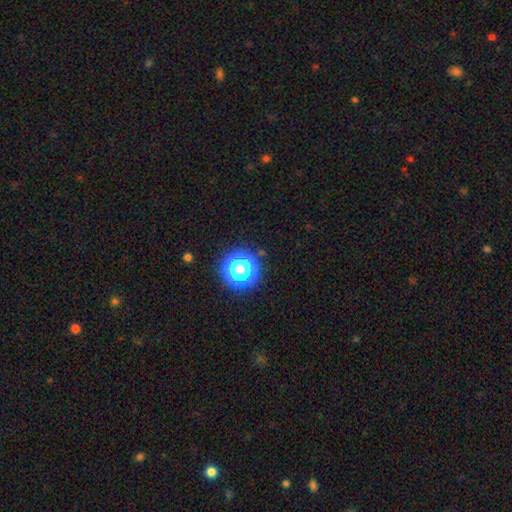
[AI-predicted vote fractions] Q: Smooth or featured?
A: star or artifact (73%); runner-up: smooth (21%)